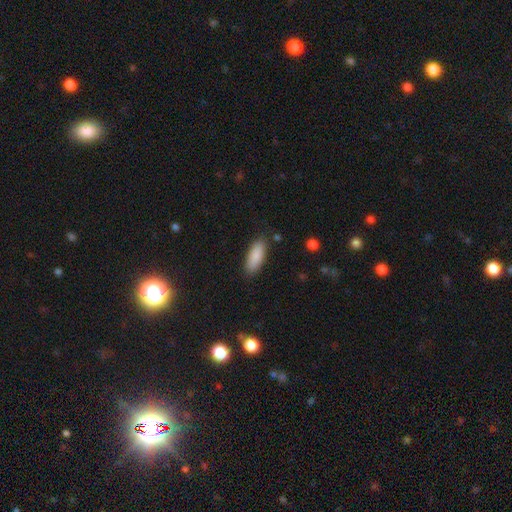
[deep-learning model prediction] Smooth or featured? Predicted: smooth (p=0.88). How rounded? Predicted: in between (p=0.75). Merging? Predicted: none (p=0.85).